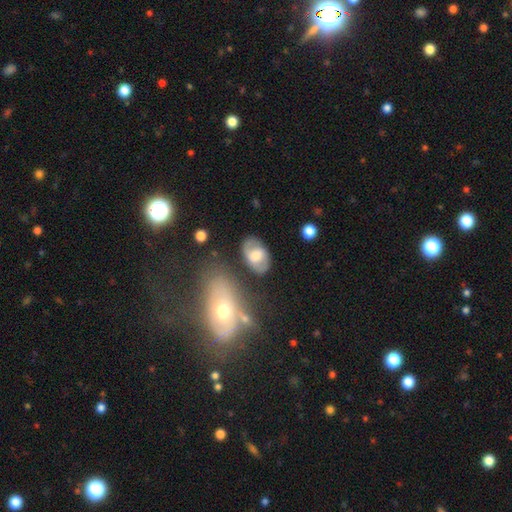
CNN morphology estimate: type=smooth (49%); merging=none (72%).